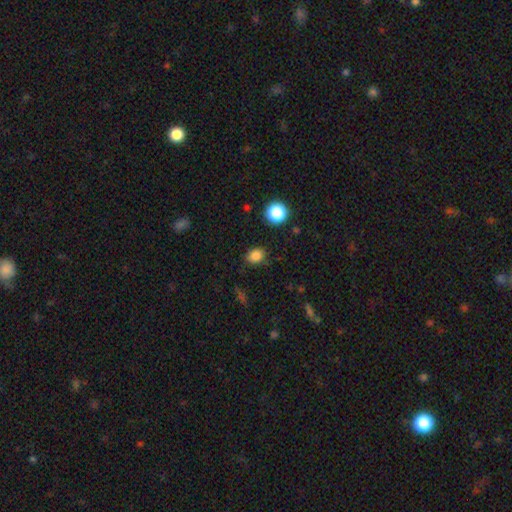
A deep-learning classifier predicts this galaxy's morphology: A smooth galaxy with no disk features (83%) that is round (52%). Merging: none (83%).